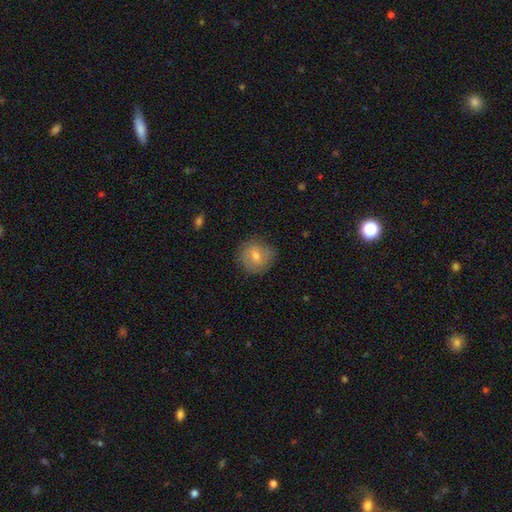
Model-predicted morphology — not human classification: Smooth or featured? Predicted: smooth (p=0.59). How rounded? Predicted: round (p=0.89). Merging? Predicted: none (p=0.82).